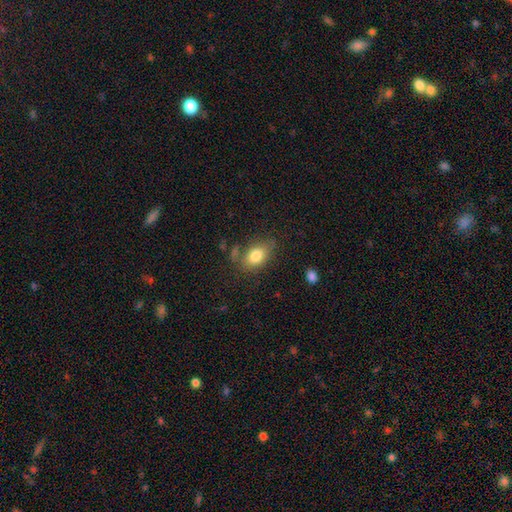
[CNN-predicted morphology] smooth_or_featured: smooth (p=0.81) [alt: featured or disk p=0.11]
how_rounded: in between (p=0.82) [alt: round p=0.16]
merging: none (p=0.70) [alt: minor disturbance p=0.18]